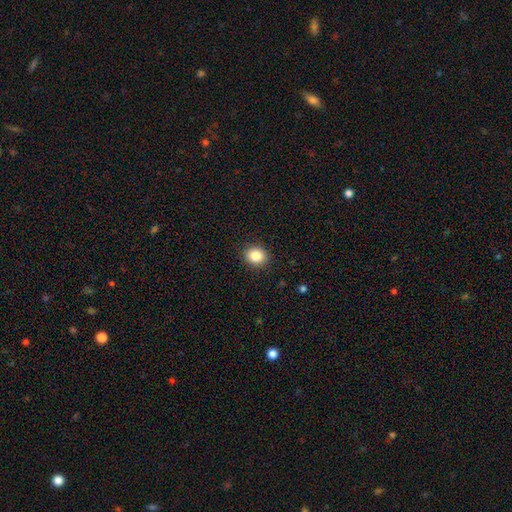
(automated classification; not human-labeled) smooth_or_featured: smooth (p=0.85) [alt: star or artifact p=0.10]
how_rounded: round (p=0.63) [alt: in between p=0.36]
merging: none (p=0.90) [alt: minor disturbance p=0.07]